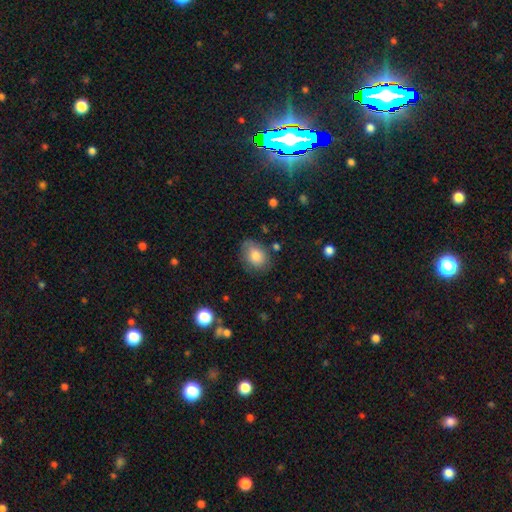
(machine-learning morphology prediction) A smooth galaxy with no disk features (78%) that is in between round and cigar-shaped (62%). Merging: none (72%).